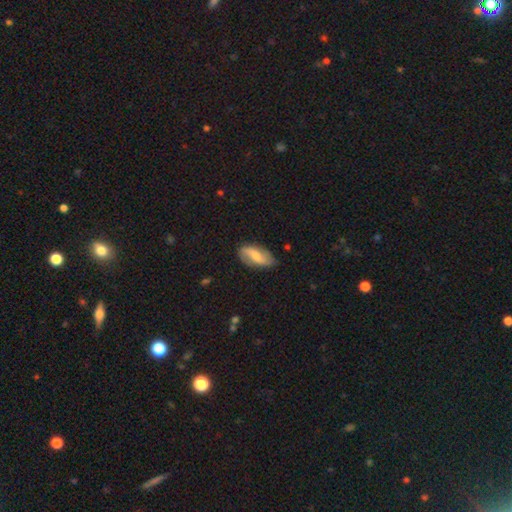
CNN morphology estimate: A featured or disk galaxy (59%) with a weak bar (47%), spiral arms (89%) and a moderate central bulge (44%). Merging: none (77%).